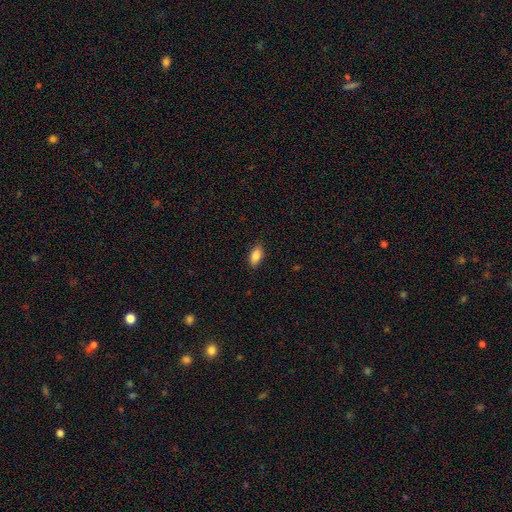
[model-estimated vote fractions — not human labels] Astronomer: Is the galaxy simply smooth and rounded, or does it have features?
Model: smooth — 87%.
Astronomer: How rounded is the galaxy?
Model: in between — 91%.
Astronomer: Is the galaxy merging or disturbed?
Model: none — 87%.